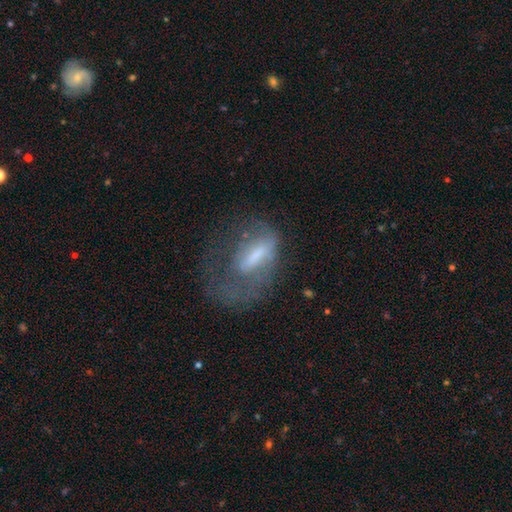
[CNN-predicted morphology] The model was most divided on "smooth or featured": featured or disk: 52%, smooth: 38%, star or artifact: 10%. More confident: edge-on disk — no (90%); merging — major disturbance (53%).